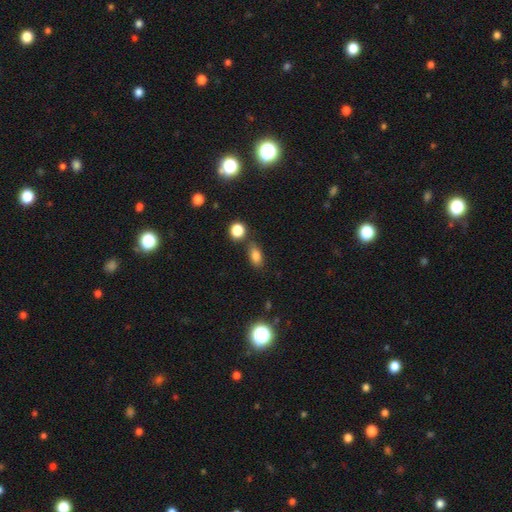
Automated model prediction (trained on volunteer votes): Smooth or featured?
  - smooth: 79% *
  - star or artifact: 13%
  - featured or disk: 8%
How rounded?
  - in between: 80% *
  - round: 14%
  - cigar-shaped: 6%
Merging?
  - none: 70% *
  - minor disturbance: 16%
  - merger: 10%
  - major disturbance: 4%